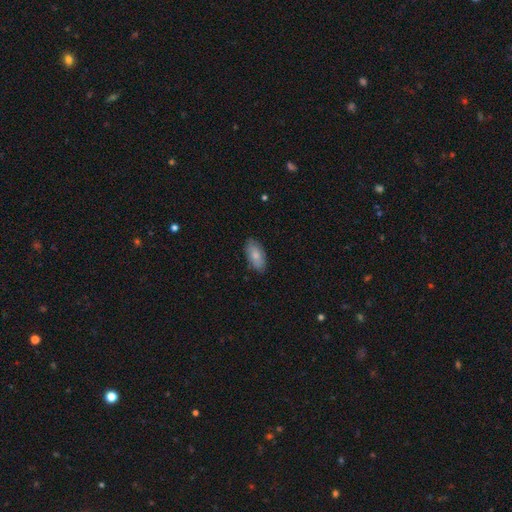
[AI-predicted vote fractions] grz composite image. It shows a smooth galaxy with no disk features (78%) that is in between round and cigar-shaped (93%). Merging: none (83%).